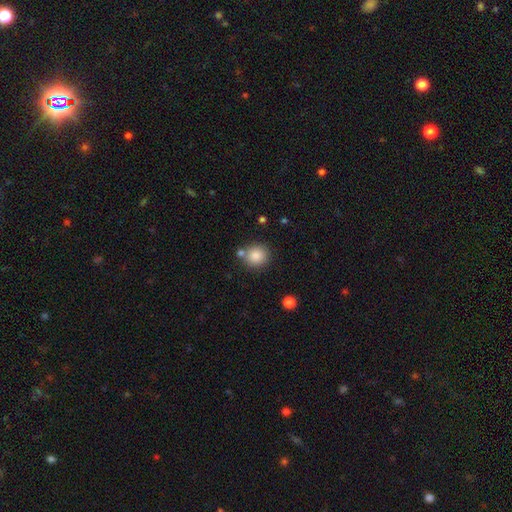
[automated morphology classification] The model was most divided on "merging": none: 75%, merger: 13%, minor disturbance: 10%, major disturbance: 3%. More confident: how rounded — round (90%); smooth or featured — smooth (85%).